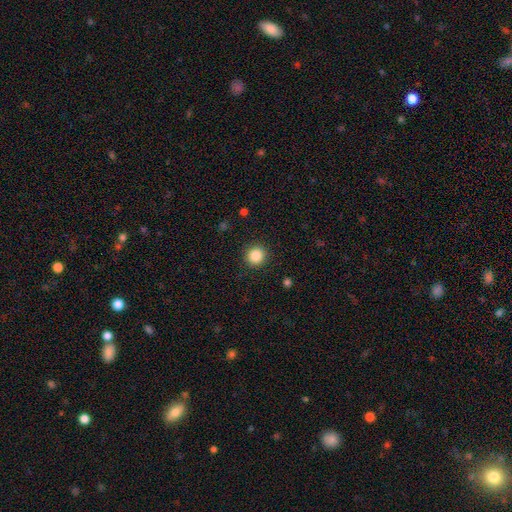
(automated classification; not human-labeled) This is clearly a smooth galaxy (86%). How rounded: clearly round (94%). Merging: clearly none (92%).